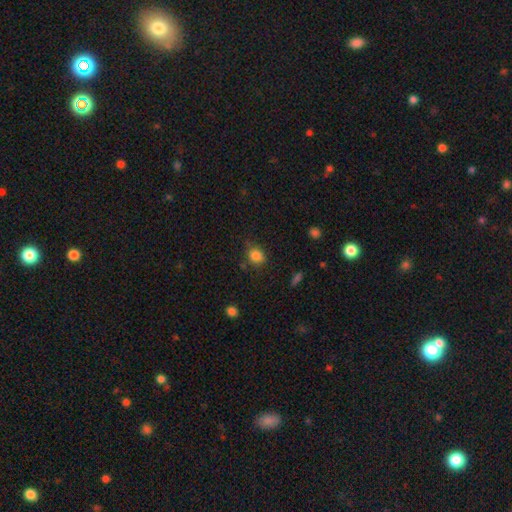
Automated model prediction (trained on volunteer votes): A smooth galaxy with no disk features (83%) that is round (60%). Merging: none (70%).